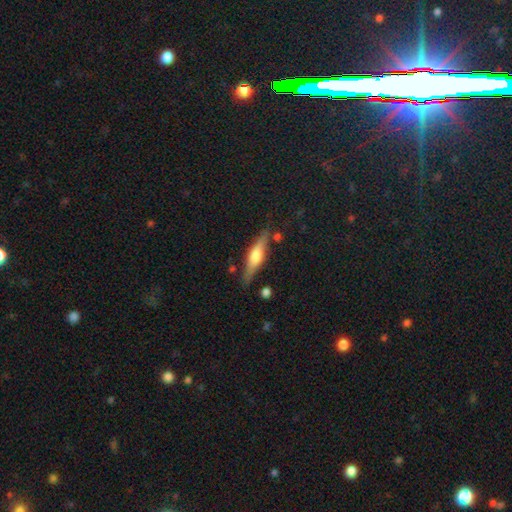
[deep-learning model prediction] featured or disk 58%, smooth 36%, star or artifact 6%. Down the decision tree: edge-on disk — yes (94%); edge-on bulge — rounded (86%); merging — none (81%).